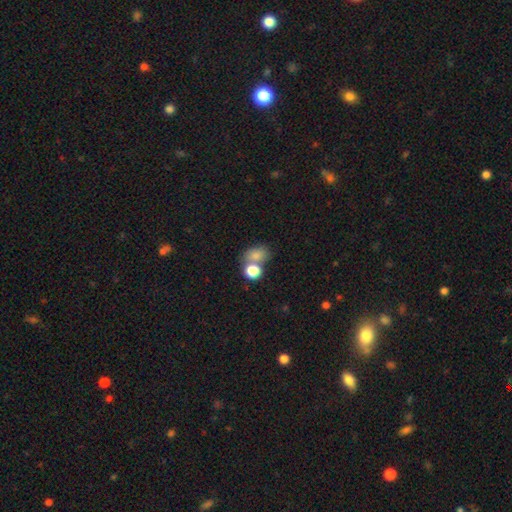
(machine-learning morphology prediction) Smooth or featured? smooth (78%)
How rounded? in between (60%)
Merging? none (41%)